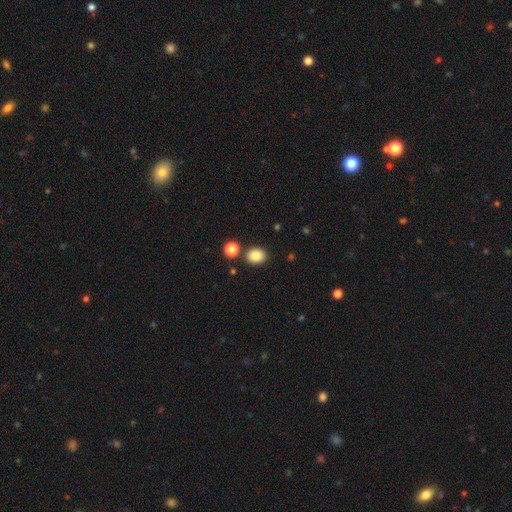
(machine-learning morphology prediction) smooth 86%, star or artifact 10%, featured or disk 4%. Down the decision tree: how rounded — round (56%); merging — none (82%).